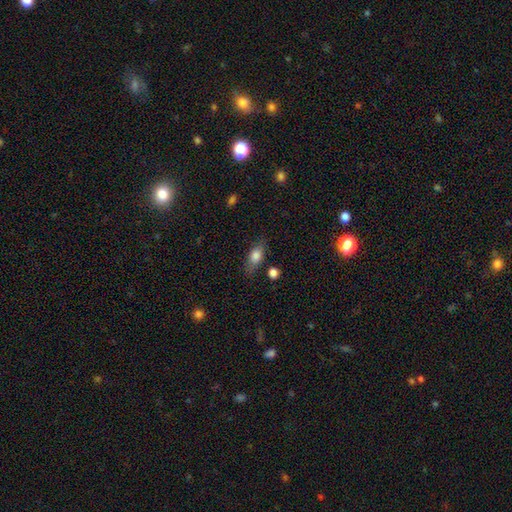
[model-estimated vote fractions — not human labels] A smooth galaxy with no disk features (77%) that is in between round and cigar-shaped (78%).

Vote fractions:
- Smooth or featured? smooth: 77% / featured or disk: 16% / star or artifact: 8%
- How rounded? in between: 78% / cigar-shaped: 14% / round: 8%
- Merging? none: 72% / minor disturbance: 19% / major disturbance: 5% / merger: 4%